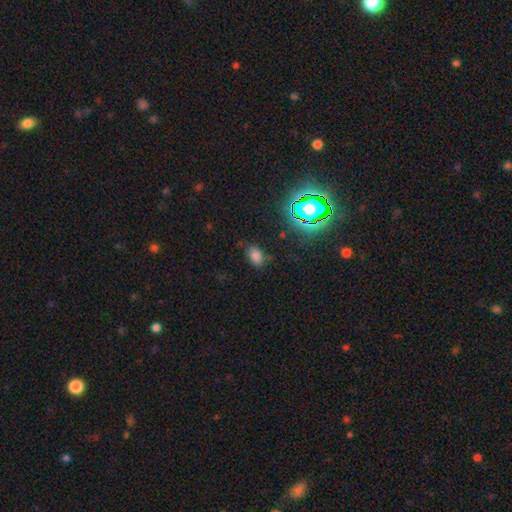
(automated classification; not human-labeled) smooth 72%, star or artifact 21%, featured or disk 7%. Down the decision tree: how rounded — in between (85%); merging — none (76%).